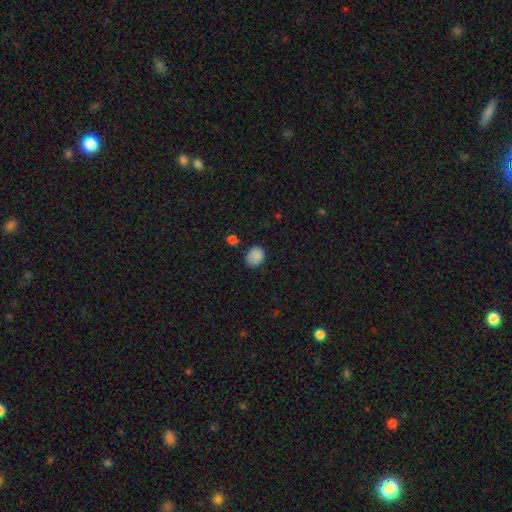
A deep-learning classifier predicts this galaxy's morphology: Smooth or featured: smooth — 86% (star or artifact — 9%)
How rounded: in between — 56% (round — 43%)
Merging: none — 73% (minor disturbance — 21%)